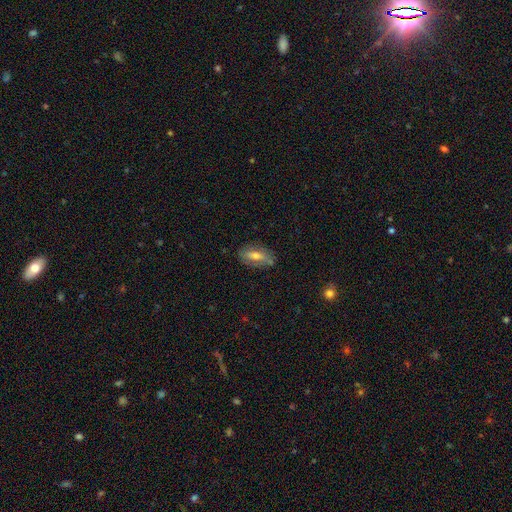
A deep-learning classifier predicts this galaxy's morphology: type=smooth (52%); roundness=in between (75%); merging=none (76%).